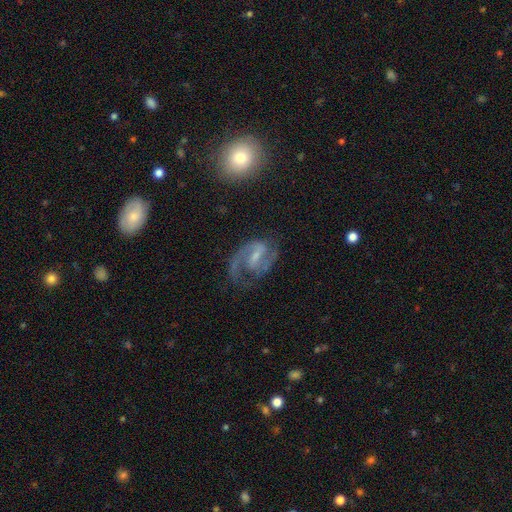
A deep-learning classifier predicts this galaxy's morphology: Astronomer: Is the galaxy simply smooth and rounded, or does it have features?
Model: featured or disk — 87%.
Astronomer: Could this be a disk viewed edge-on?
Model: no — 97%.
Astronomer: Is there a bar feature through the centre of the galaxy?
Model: weak — 52% (runner-up: strong, 31%).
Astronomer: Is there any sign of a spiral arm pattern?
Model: yes — 95%.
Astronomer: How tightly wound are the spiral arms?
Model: medium — 59%.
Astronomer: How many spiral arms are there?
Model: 2 — 84%.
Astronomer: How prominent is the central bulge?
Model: small — 51% (runner-up: moderate, 29%).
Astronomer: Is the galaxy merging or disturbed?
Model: none — 64%.